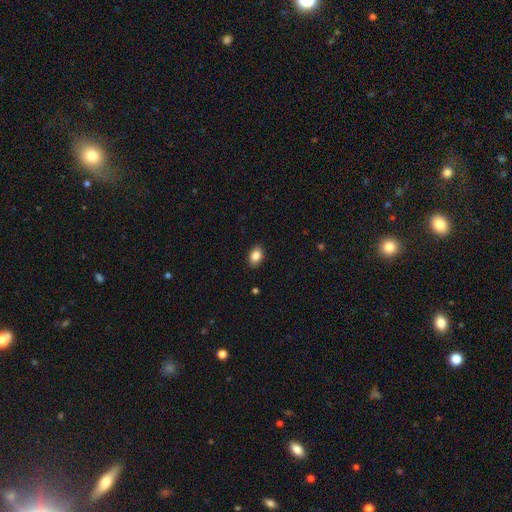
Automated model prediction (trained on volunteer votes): Overall: smooth (86%). How rounded: in between (83%). Merging: none (88%).